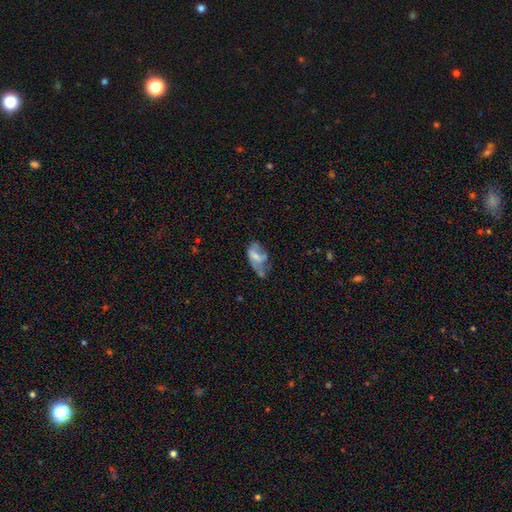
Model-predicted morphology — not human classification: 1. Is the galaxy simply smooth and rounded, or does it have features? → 50% featured or disk, 39% smooth, 11% star or artifact.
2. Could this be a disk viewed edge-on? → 94% no, 6% yes.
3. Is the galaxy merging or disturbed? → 33% major disturbance, 32% none, 29% minor disturbance, 6% merger.